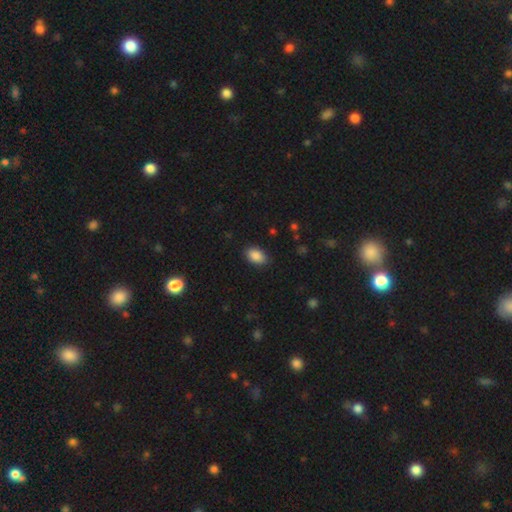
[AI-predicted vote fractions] Smooth or featured: smooth — 89% (star or artifact — 8%)
How rounded: in between — 89% (round — 10%)
Merging: none — 87% (minor disturbance — 10%)